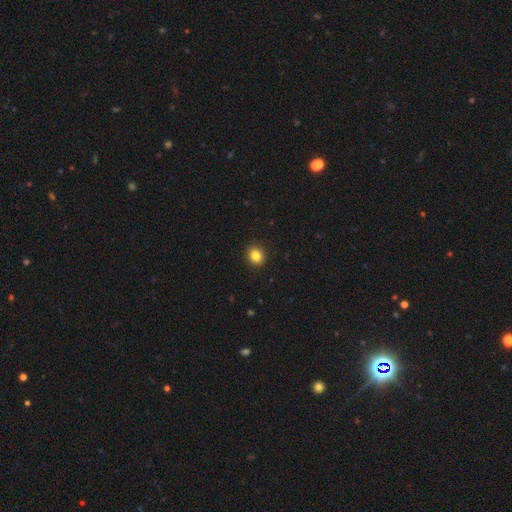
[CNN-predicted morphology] Smooth or featured: smooth — 84% (star or artifact — 11%)
How rounded: round — 81% (in between — 18%)
Merging: none — 92% (minor disturbance — 5%)